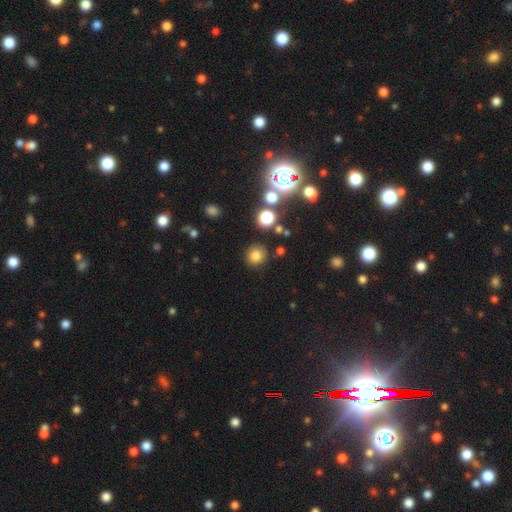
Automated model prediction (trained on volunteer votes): smooth-or-featured: smooth: 76% | star or artifact: 18% | featured or disk: 6%
  how-rounded: round: 89% | in between: 10% | cigar-shaped: 1%
  merging: none: 85% | minor disturbance: 8% | merger: 4% | major disturbance: 3%